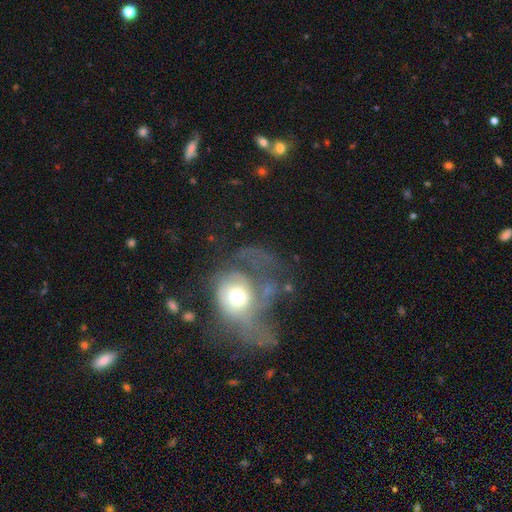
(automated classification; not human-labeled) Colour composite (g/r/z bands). It shows a featured or disk galaxy (47%). Merging: major disturbance (61%).